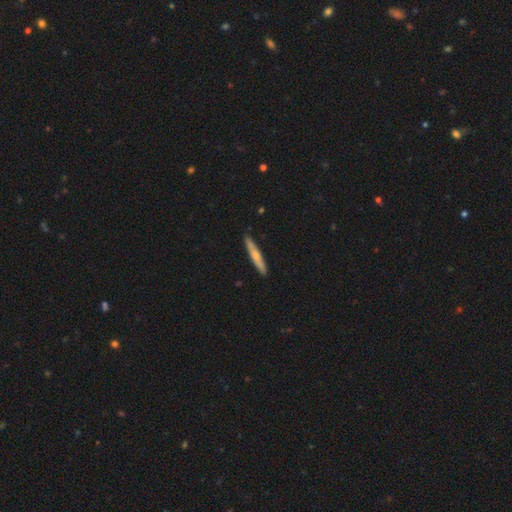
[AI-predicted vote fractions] This appears to be a smooth galaxy with no disk features (59%) that is cigar-shaped (94%). Merging: none (90%).